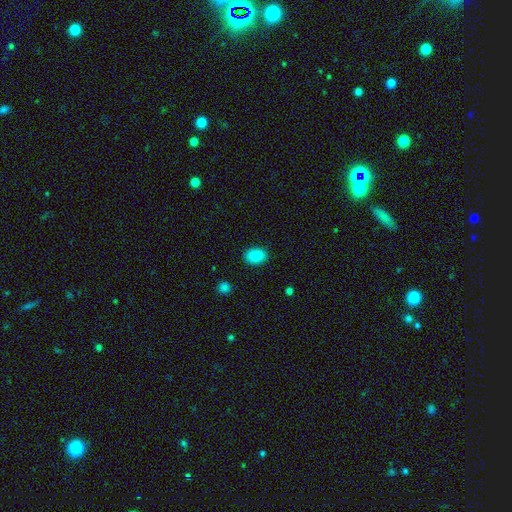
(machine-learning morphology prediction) This appears to be a smooth galaxy with no disk features (87%) that is in between round and cigar-shaped (79%). Merging: none (89%).